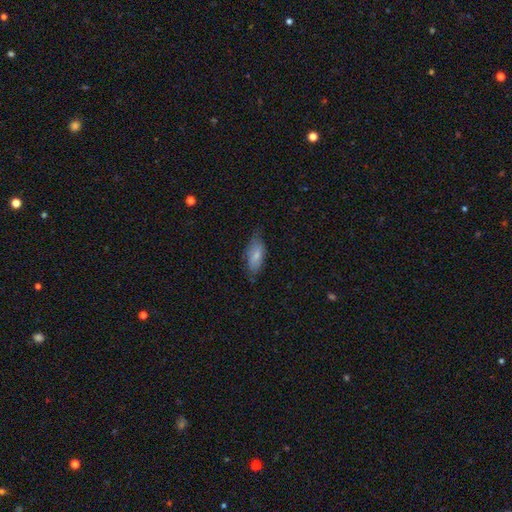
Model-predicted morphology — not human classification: The model was most divided on "merging": none: 67%, minor disturbance: 26%, major disturbance: 6%, merger: 1%. More confident: how rounded — in between (84%); smooth or featured — smooth (75%).